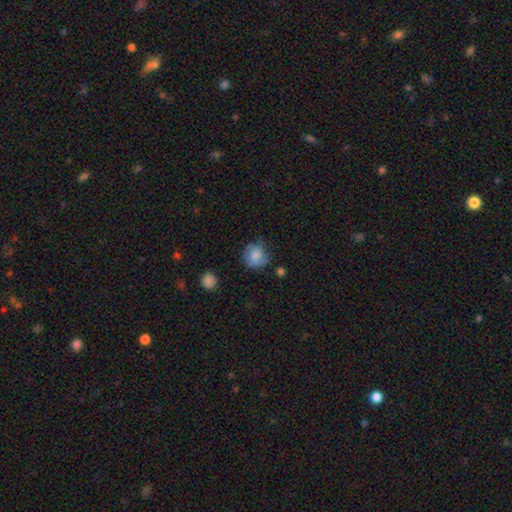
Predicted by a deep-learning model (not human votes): This appears to be a smooth galaxy with no disk features (67%) that is round (78%). Merging: none (58%).